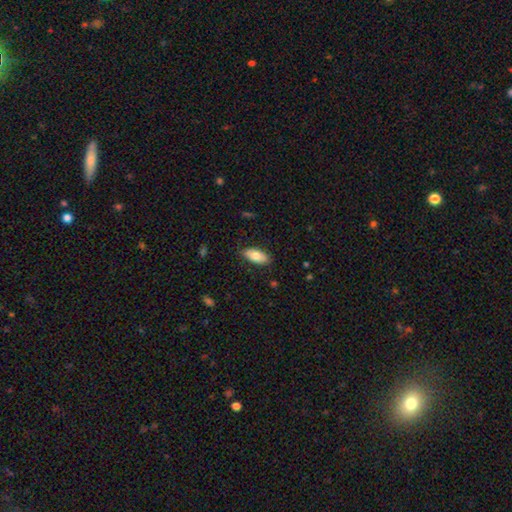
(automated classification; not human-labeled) Morphology: type=smooth (77%); roundness=in between (88%); merging=none (85%).